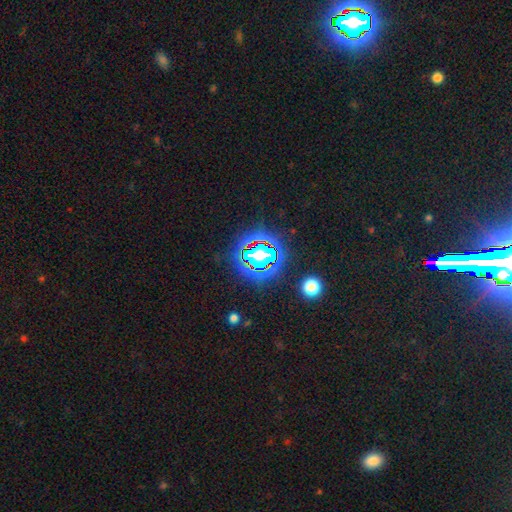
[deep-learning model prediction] Smooth or featured: star or artifact — 67% (smooth — 20%)